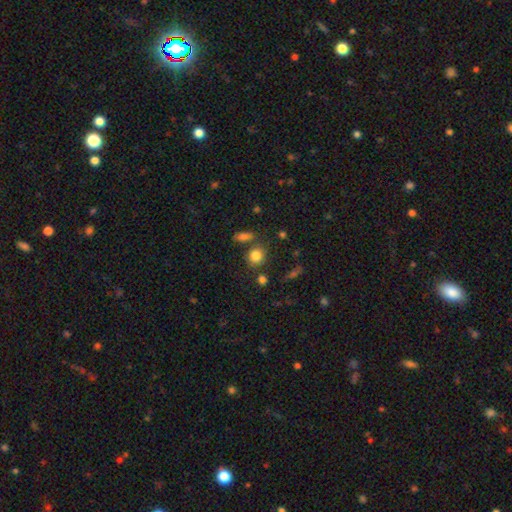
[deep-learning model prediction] A smooth galaxy with no disk features (82%) that is round (73%).

Vote fractions:
- Smooth or featured? smooth: 82% / star or artifact: 11% / featured or disk: 7%
- How rounded? round: 73% / in between: 26% / cigar-shaped: 1%
- Merging? none: 72% / merger: 12% / minor disturbance: 12% / major disturbance: 4%